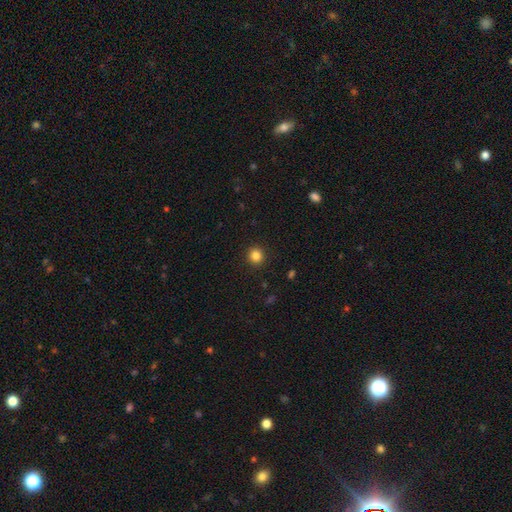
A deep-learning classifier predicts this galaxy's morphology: Smooth or featured? smooth (84%)
How rounded? round (92%)
Merging? none (92%)